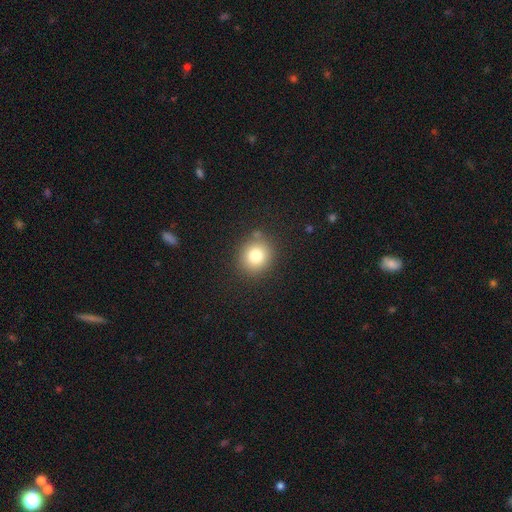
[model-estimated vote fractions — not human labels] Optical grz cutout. It shows a smooth galaxy with no disk features (79%) that is round (86%). Merging: none (85%).